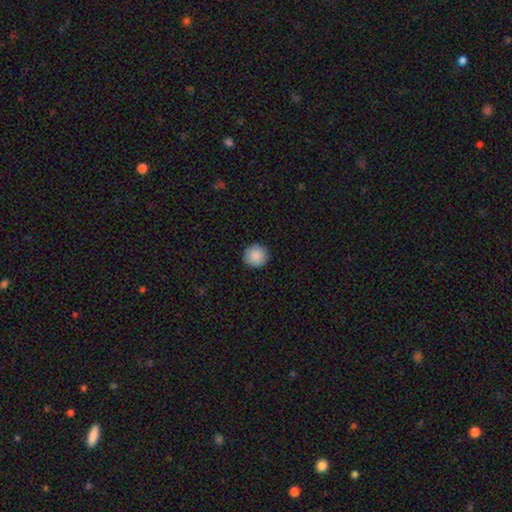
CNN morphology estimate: Smooth or featured: smooth — 89% (star or artifact — 7%)
How rounded: round — 96% (in between — 3%)
Merging: none — 92% (minor disturbance — 6%)